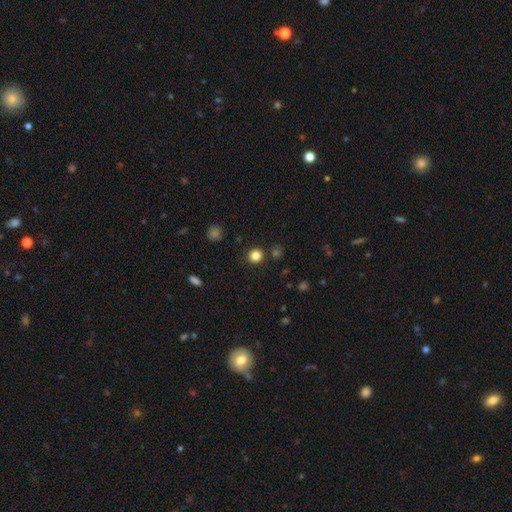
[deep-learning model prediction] smooth_or_featured: smooth (p=0.83) [alt: star or artifact p=0.13]
how_rounded: round (p=0.88) [alt: in between p=0.11]
merging: none (p=0.88) [alt: minor disturbance p=0.07]